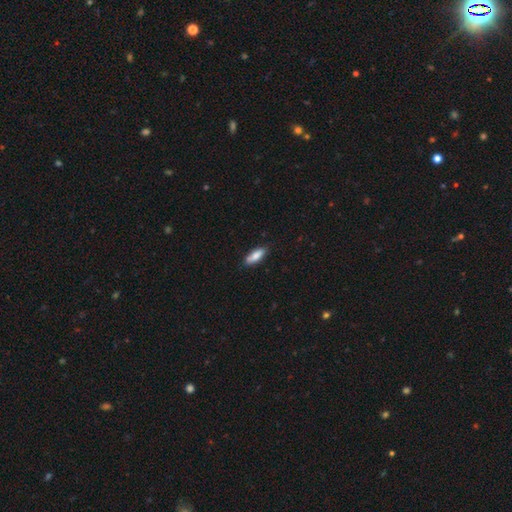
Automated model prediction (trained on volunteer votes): A smooth galaxy with no disk features (83%) that is in between round and cigar-shaped (64%).

Vote fractions:
- Smooth or featured? smooth: 83% / featured or disk: 10% / star or artifact: 6%
- How rounded? in between: 64% / cigar-shaped: 34% / round: 2%
- Merging? none: 79% / minor disturbance: 16% / major disturbance: 2% / merger: 2%